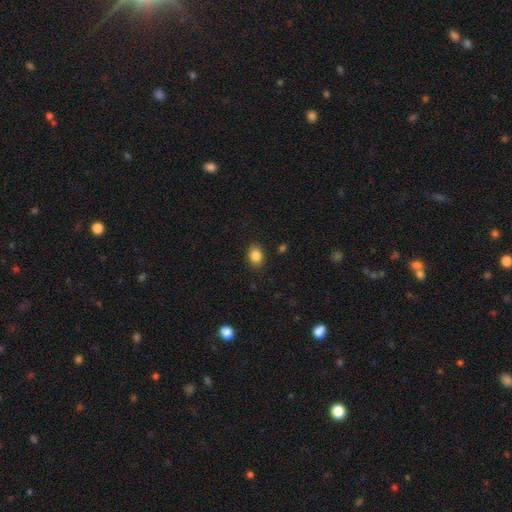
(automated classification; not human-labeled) Smooth or featured?
  - smooth: 86% *
  - star or artifact: 9%
  - featured or disk: 5%
How rounded?
  - in between: 68% *
  - round: 31%
  - cigar-shaped: 1%
Merging?
  - none: 87% *
  - minor disturbance: 9%
  - major disturbance: 2%
  - merger: 1%